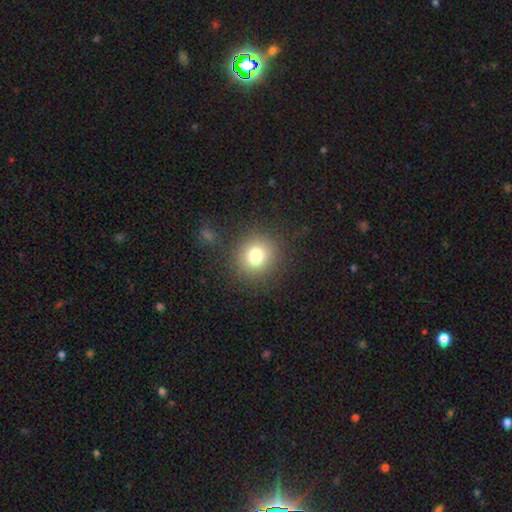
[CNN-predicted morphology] This is likely a smooth galaxy (77%). How rounded: clearly round (92%). Merging: clearly none (87%).